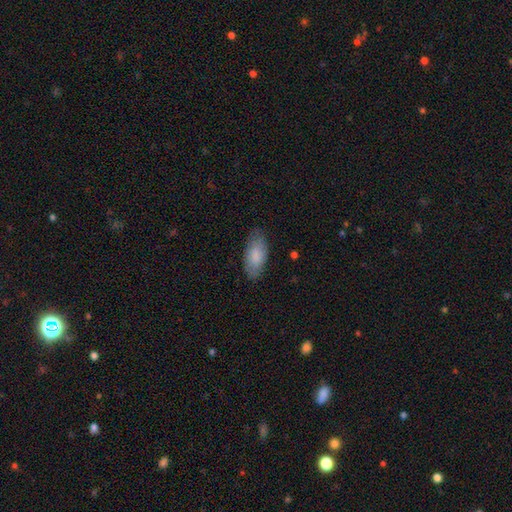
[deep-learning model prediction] This is clearly a smooth galaxy (81%). How rounded: clearly in between (89%). Merging: clearly none (80%).